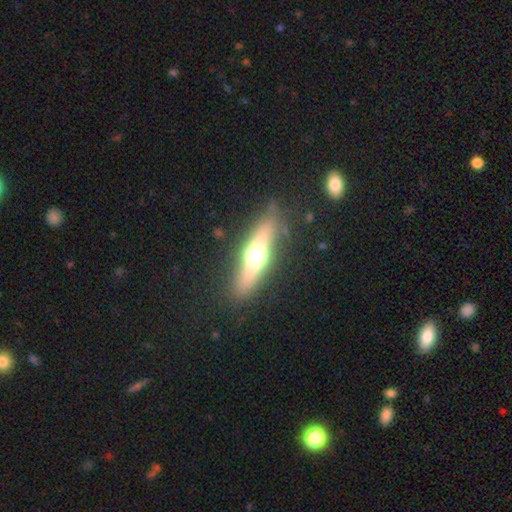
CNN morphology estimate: smooth-or-featured: featured or disk: 54% | smooth: 36% | star or artifact: 10%
  disk-edge-on: yes: 83% | no: 17%
  merging: none: 82% | minor disturbance: 12% | major disturbance: 5% | merger: 2%